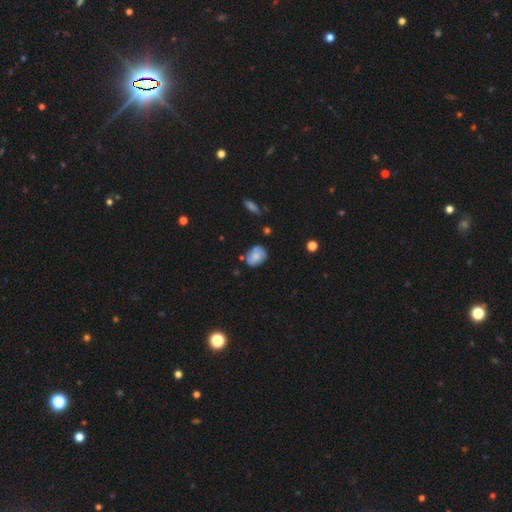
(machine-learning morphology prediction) type=smooth (74%); roundness=in between (73%); merging=none (68%).